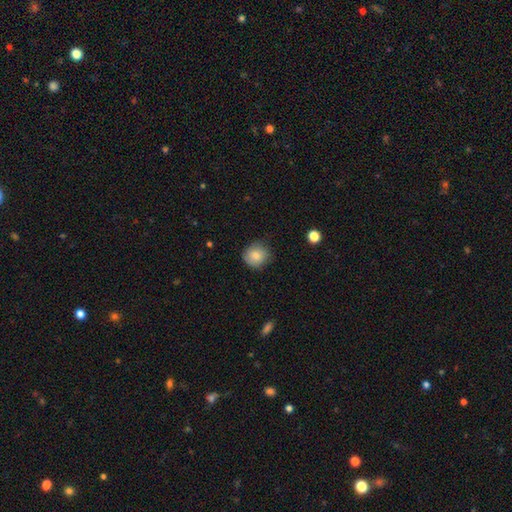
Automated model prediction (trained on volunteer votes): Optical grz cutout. It shows a smooth galaxy with no disk features (81%) that is round (88%). Merging: none (77%).